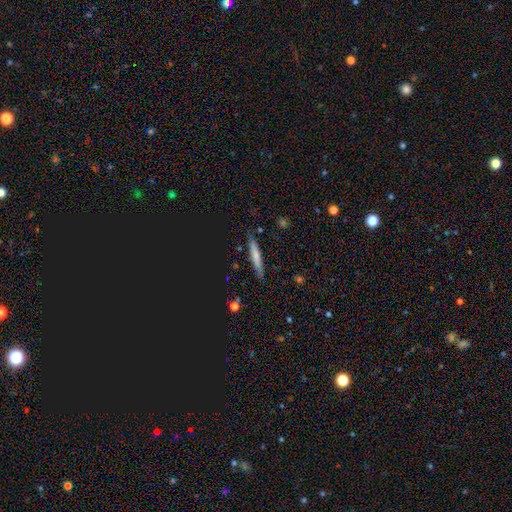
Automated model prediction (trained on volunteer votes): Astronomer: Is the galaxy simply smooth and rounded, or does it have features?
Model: smooth — 59%.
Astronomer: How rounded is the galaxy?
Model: cigar-shaped — 91%.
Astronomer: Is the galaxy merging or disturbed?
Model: none — 85%.